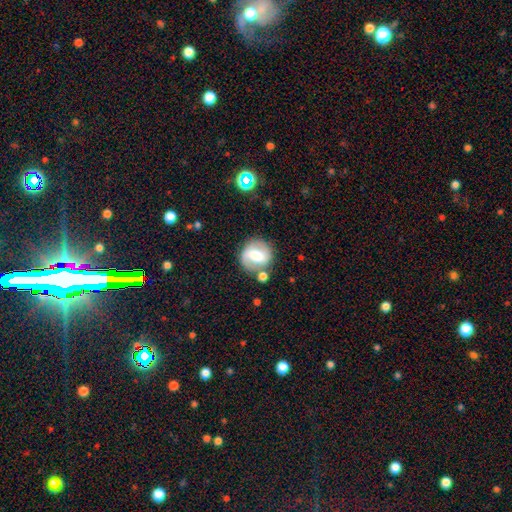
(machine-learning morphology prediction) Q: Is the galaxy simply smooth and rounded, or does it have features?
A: featured or disk — 55%.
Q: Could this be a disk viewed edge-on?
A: no — 96%.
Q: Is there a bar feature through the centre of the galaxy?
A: weak — 43%.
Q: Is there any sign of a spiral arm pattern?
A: yes — 75%.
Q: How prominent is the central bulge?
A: moderate — 54%.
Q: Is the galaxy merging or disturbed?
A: none — 70%.